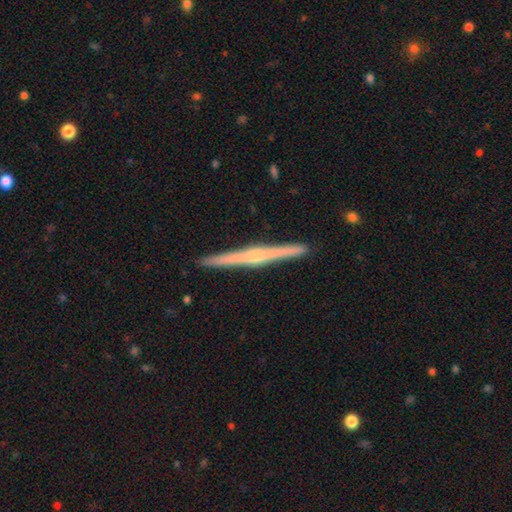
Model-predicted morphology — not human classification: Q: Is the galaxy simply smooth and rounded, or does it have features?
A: featured or disk — 77%.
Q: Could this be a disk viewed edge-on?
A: yes — 99%.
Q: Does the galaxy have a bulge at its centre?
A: rounded — 70%.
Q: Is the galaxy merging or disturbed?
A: none — 93%.